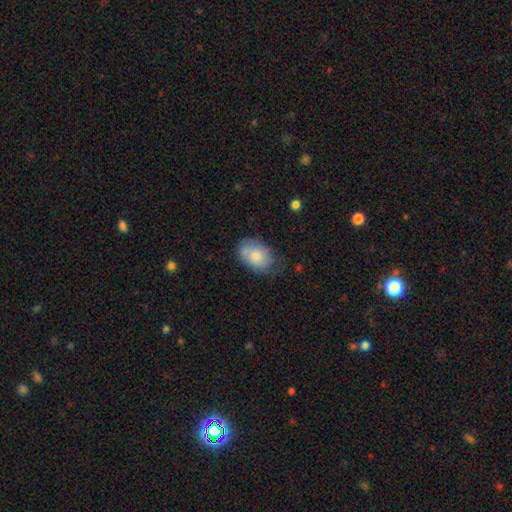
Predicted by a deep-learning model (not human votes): Smooth or featured? smooth (74%)
How rounded? in between (85%)
Merging? none (53%)